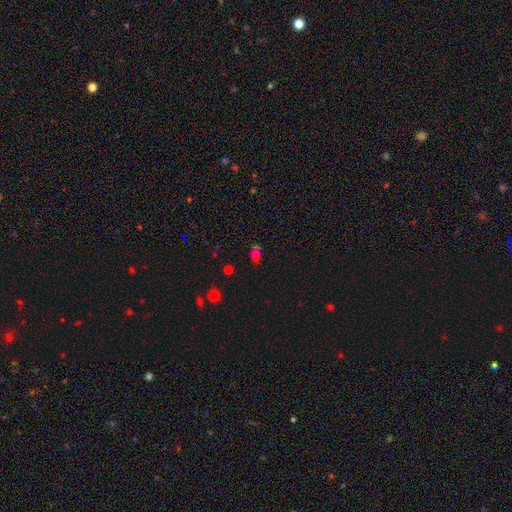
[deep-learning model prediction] The model was most divided on "how rounded": in between: 63%, round: 33%, cigar-shaped: 4%. More confident: merging — none (64%); smooth or featured — smooth (62%).